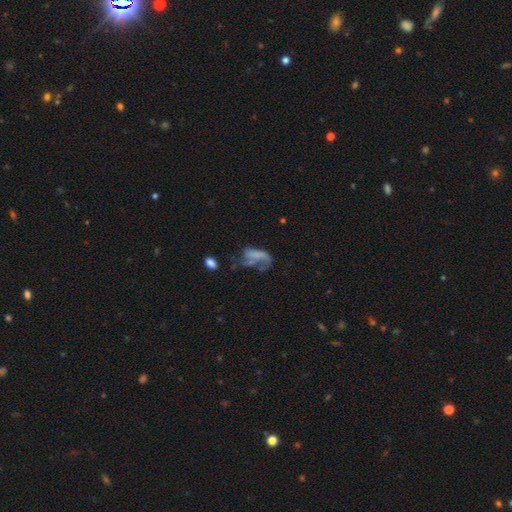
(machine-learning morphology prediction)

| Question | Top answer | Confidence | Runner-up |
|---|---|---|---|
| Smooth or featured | featured or disk | 44% | smooth (42%) |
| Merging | major disturbance | 51% | none (22%) |